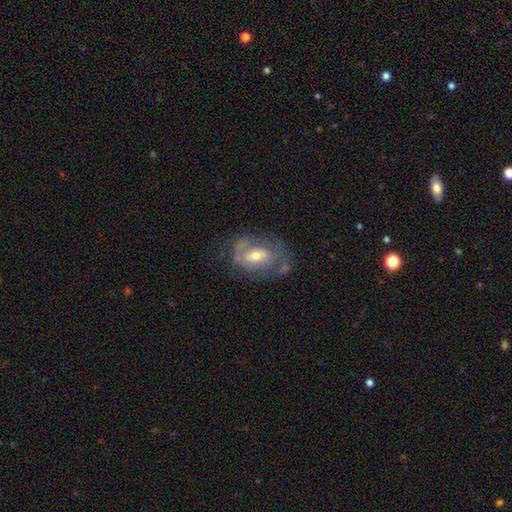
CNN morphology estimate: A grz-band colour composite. It shows a featured or disk galaxy (70%) with no bar (47%), spiral arms (69%) and a moderate central bulge (58%). Merging: none (50%).